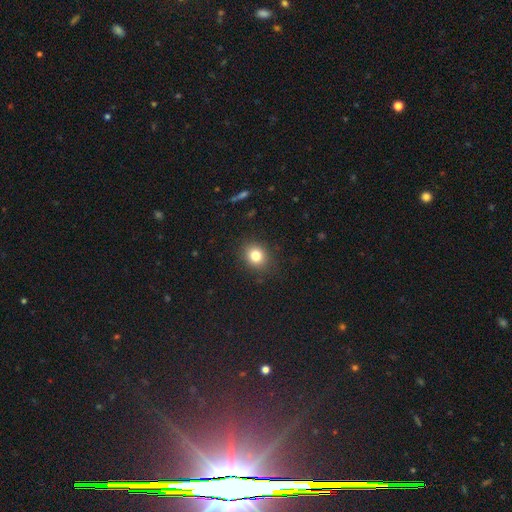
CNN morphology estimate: smooth 81%, star or artifact 12%, featured or disk 7%. Down the decision tree: how rounded — round (67%); merging — none (88%).